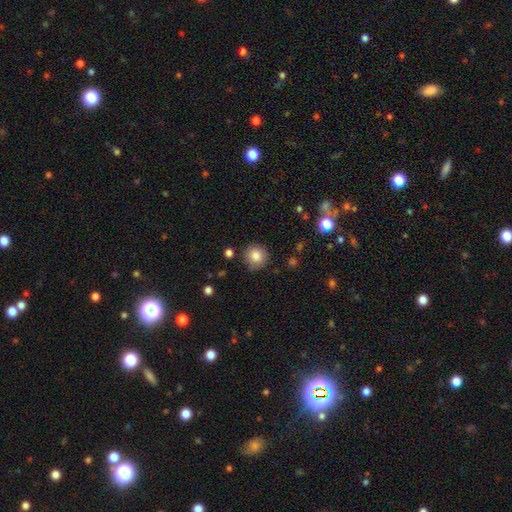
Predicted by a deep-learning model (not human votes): This appears to be a smooth galaxy with no disk features (84%) that is round (92%). Merging: none (84%).